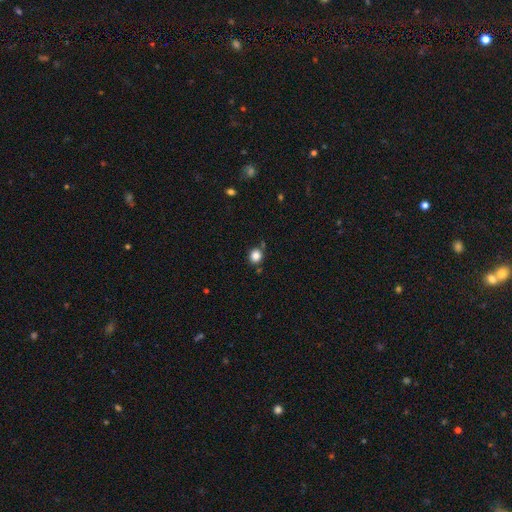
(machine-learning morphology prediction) smooth-or-featured: smooth: 84% | star or artifact: 11% | featured or disk: 5%
  how-rounded: round: 83% | in between: 16% | cigar-shaped: 1%
  merging: none: 80% | minor disturbance: 11% | merger: 6% | major disturbance: 3%